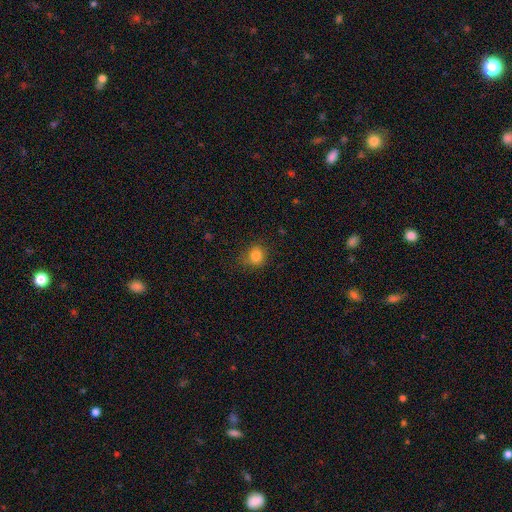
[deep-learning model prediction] The model was most divided on "how rounded": round: 75%, in between: 24%, cigar-shaped: 1%. More confident: smooth or featured — smooth (83%); merging — none (78%).